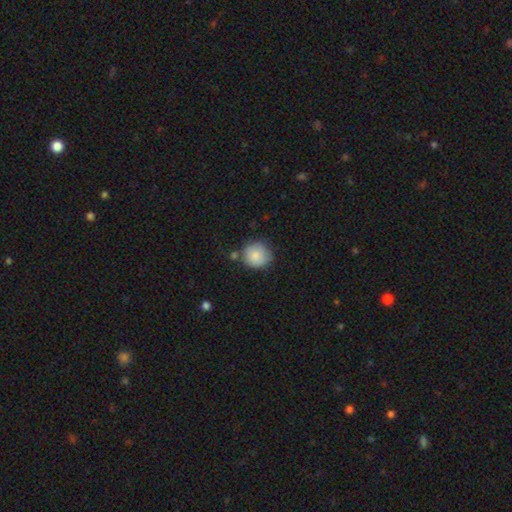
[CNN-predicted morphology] smooth 85%, featured or disk 8%, star or artifact 7%. Down the decision tree: how rounded — round (88%); merging — none (71%).